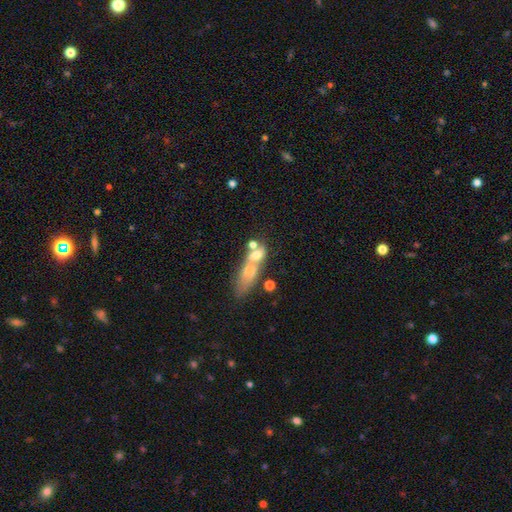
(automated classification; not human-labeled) A smooth galaxy with no disk features (48%).

Vote fractions:
- Smooth or featured? smooth: 48% / featured or disk: 38% / star or artifact: 14%
- Merging? merger: 46% / none: 26% / major disturbance: 14% / minor disturbance: 13%